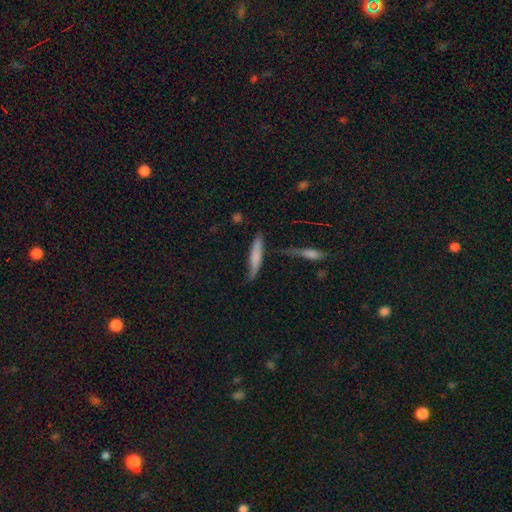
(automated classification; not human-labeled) Smooth or featured? smooth (67%)
How rounded? cigar-shaped (87%)
Merging? none (59%)